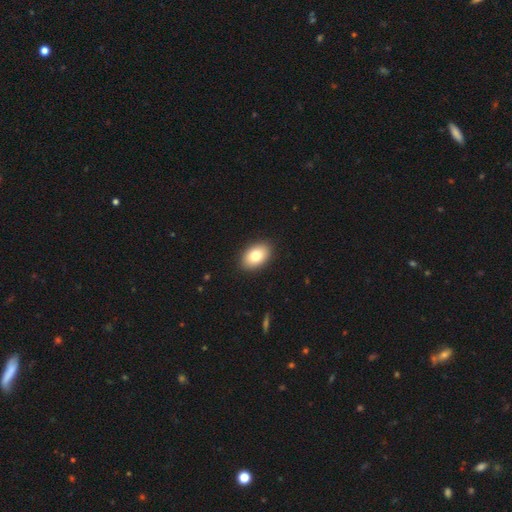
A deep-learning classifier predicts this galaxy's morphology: Smooth or featured? smooth (81%)
How rounded? in between (88%)
Merging? none (90%)